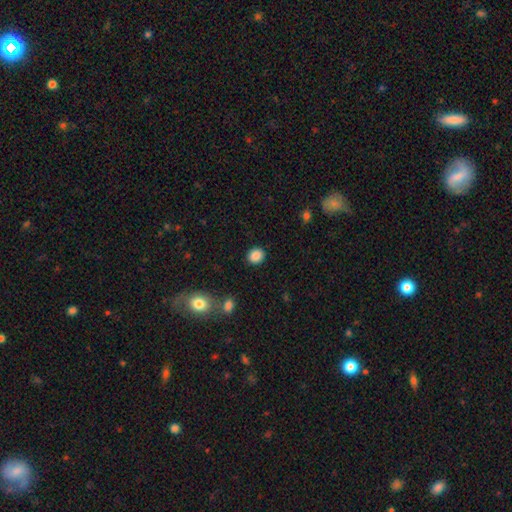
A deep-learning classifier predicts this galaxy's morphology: Smooth or featured?
  - smooth: 88% *
  - star or artifact: 9%
  - featured or disk: 3%
How rounded?
  - round: 73% *
  - in between: 26%
  - cigar-shaped: 1%
Merging?
  - none: 89% *
  - minor disturbance: 7%
  - major disturbance: 2%
  - merger: 2%